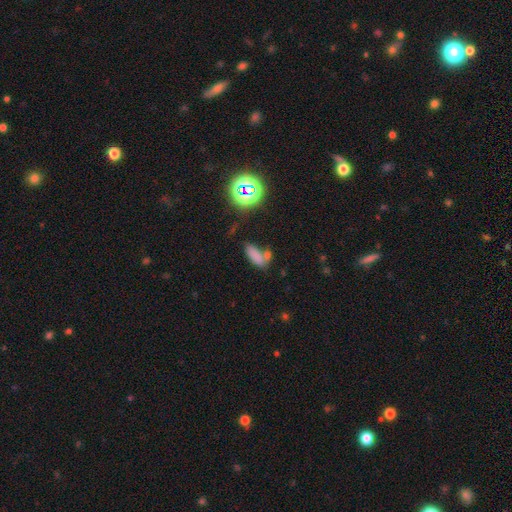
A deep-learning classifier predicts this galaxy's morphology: smooth 74%, star or artifact 17%, featured or disk 8%. Down the decision tree: how rounded — in between (75%); merging — none (52%).